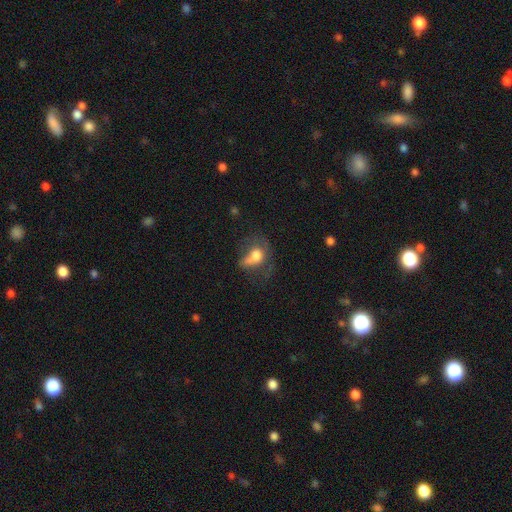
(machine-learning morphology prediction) Overall: smooth (62%; featured or disk 26%). How rounded: in between (61%; round 37%). Merging: major disturbance (38%; none 26%).